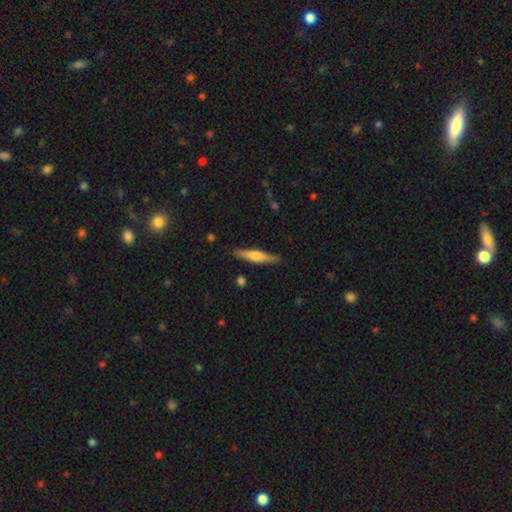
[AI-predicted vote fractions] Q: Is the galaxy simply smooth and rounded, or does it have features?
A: featured or disk — 47%, tied with smooth.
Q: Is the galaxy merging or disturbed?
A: none — 88%.